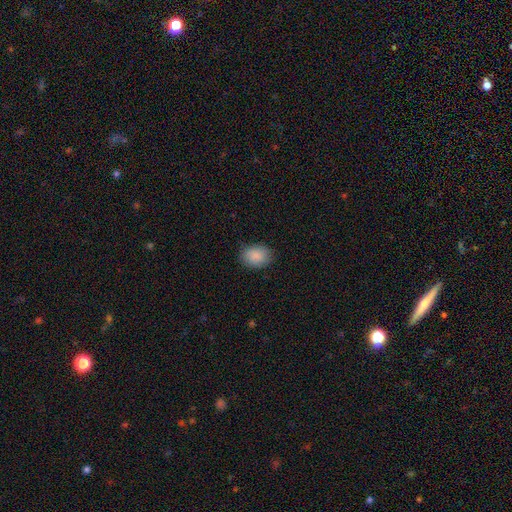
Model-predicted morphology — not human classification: Smooth or featured? smooth (89%)
How rounded? in between (68%)
Merging? none (83%)